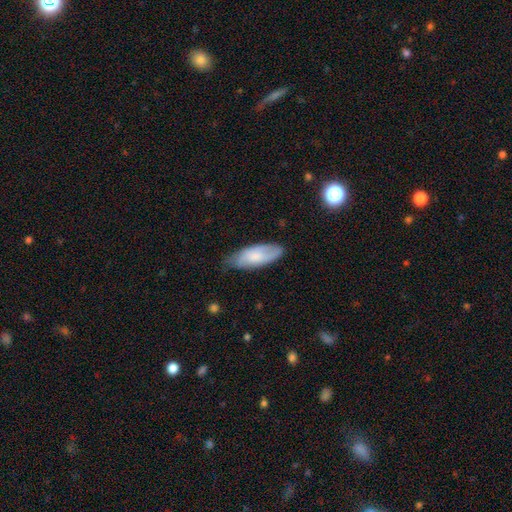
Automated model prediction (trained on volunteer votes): Morphology: type=smooth (69%); roundness=in between (79%); merging=none (64%).